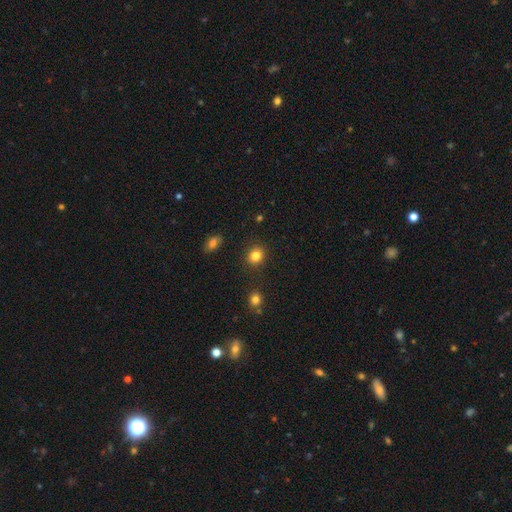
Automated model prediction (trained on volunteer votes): Q: Smooth or featured?
A: smooth (84%); runner-up: star or artifact (11%)
Q: How rounded?
A: round (70%); runner-up: in between (29%)
Q: Merging?
A: none (87%); runner-up: minor disturbance (8%)